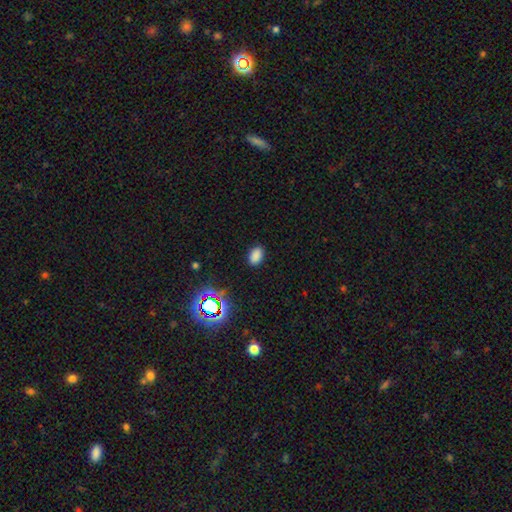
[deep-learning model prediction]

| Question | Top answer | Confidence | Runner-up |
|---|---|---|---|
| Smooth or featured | smooth | 81% | star or artifact (16%) |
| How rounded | in between | 87% | round (12%) |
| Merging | none | 86% | minor disturbance (10%) |